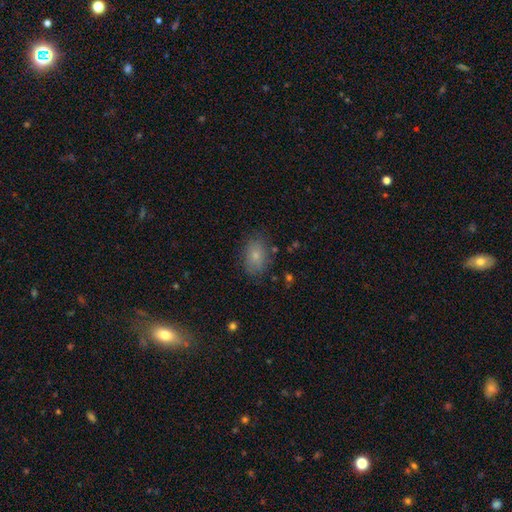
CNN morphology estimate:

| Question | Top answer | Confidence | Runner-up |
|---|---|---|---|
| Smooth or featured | smooth | 77% | featured or disk (13%) |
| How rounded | in between | 84% | round (14%) |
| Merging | none | 79% | minor disturbance (15%) |